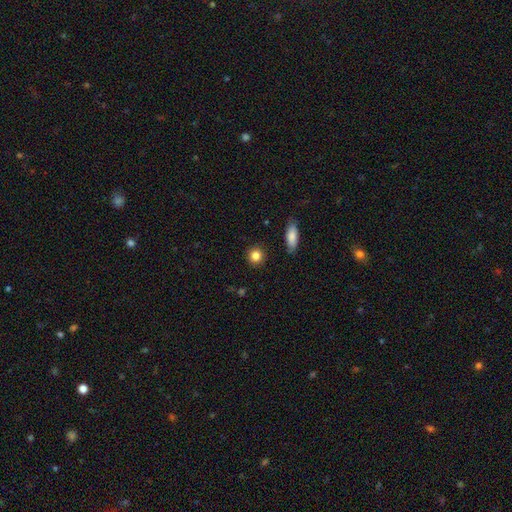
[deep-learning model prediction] Q: Smooth or featured?
A: smooth (85%); runner-up: star or artifact (10%)
Q: How rounded?
A: round (88%); runner-up: in between (10%)
Q: Merging?
A: none (89%); runner-up: minor disturbance (7%)